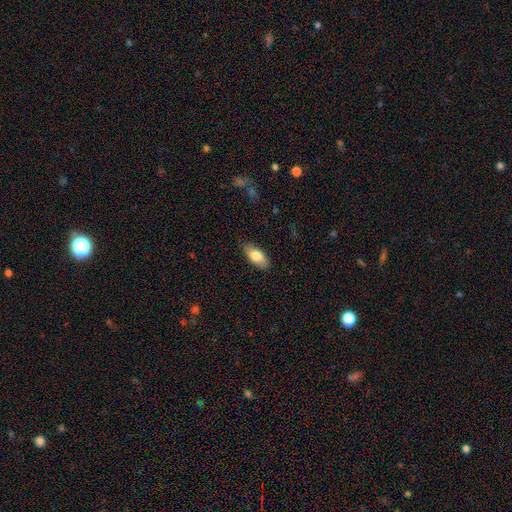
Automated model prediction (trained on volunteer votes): This appears to be a smooth galaxy with no disk features (79%) that is in between round and cigar-shaped (88%). Merging: none (85%).